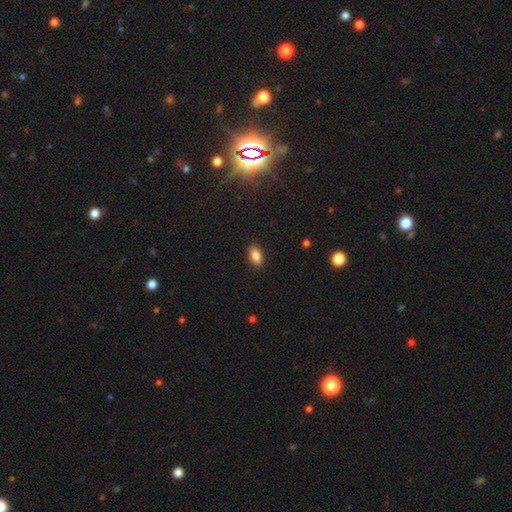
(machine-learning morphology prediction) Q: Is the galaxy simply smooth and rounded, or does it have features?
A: smooth — 86%.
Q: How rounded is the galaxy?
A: in between — 90%.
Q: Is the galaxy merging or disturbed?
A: none — 88%.